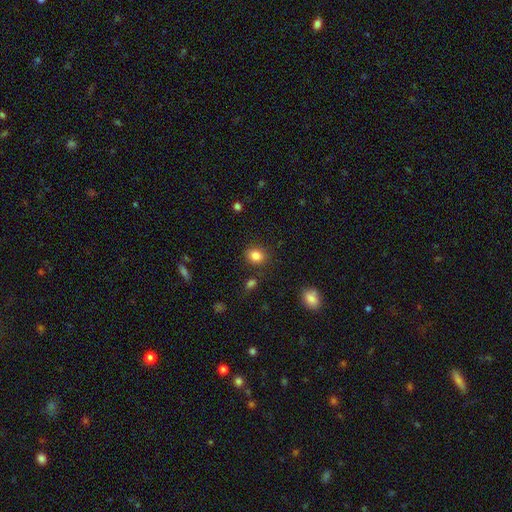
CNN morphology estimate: This is clearly a smooth galaxy (85%). How rounded: likely round (61%). Merging: clearly none (86%).